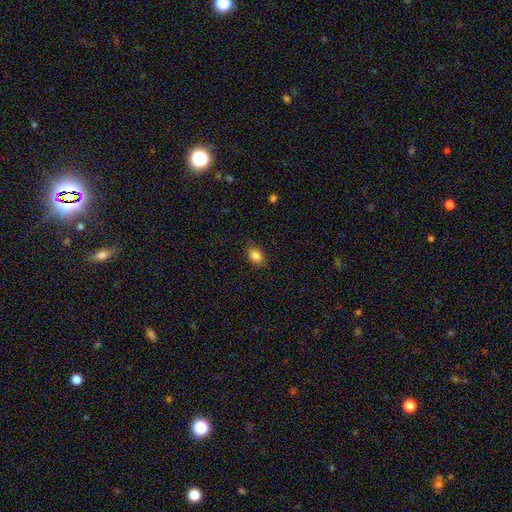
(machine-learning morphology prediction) A smooth galaxy with no disk features (85%) that is in between round and cigar-shaped (69%).

Vote fractions:
- Smooth or featured? smooth: 85% / star or artifact: 9% / featured or disk: 5%
- How rounded? in between: 69% / round: 30% / cigar-shaped: 1%
- Merging? none: 83% / minor disturbance: 13% / major disturbance: 3% / merger: 1%